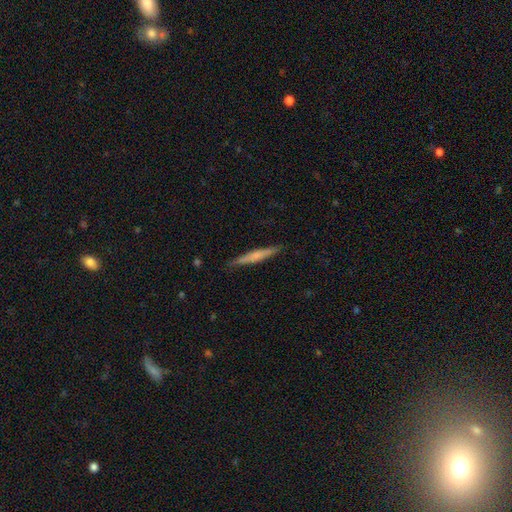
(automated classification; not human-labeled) smooth-or-featured: smooth: 53% | featured or disk: 42% | star or artifact: 6%
  how-rounded: cigar-shaped: 95% | in between: 4% | round: 2%
  merging: none: 88% | minor disturbance: 9% | major disturbance: 2% | merger: 1%